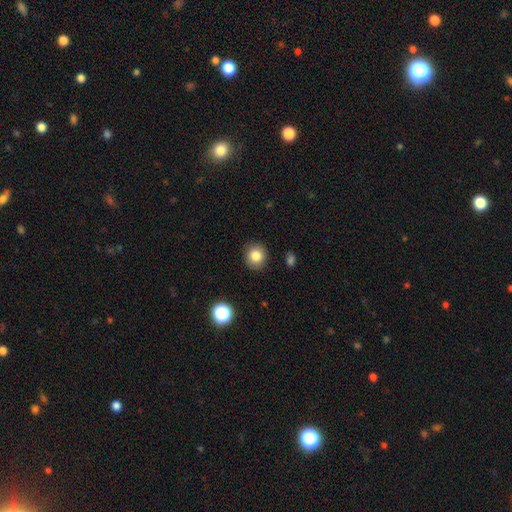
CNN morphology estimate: type=smooth (83%); roundness=round (86%); merging=none (90%).